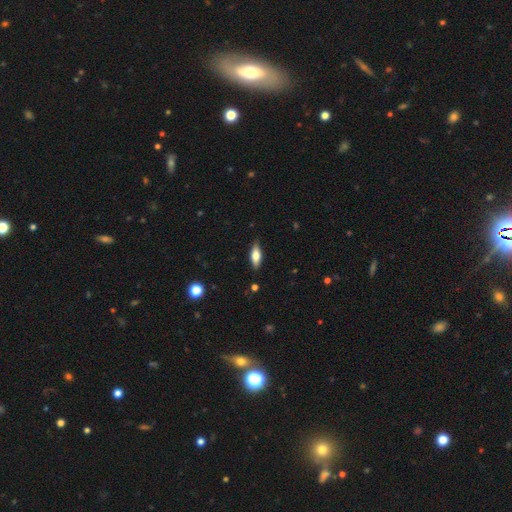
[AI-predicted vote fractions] Smooth or featured?
  - smooth: 60% *
  - featured or disk: 33%
  - star or artifact: 7%
How rounded?
  - in between: 66% *
  - cigar-shaped: 31%
  - round: 3%
Merging?
  - none: 85% *
  - minor disturbance: 11%
  - major disturbance: 2%
  - merger: 1%